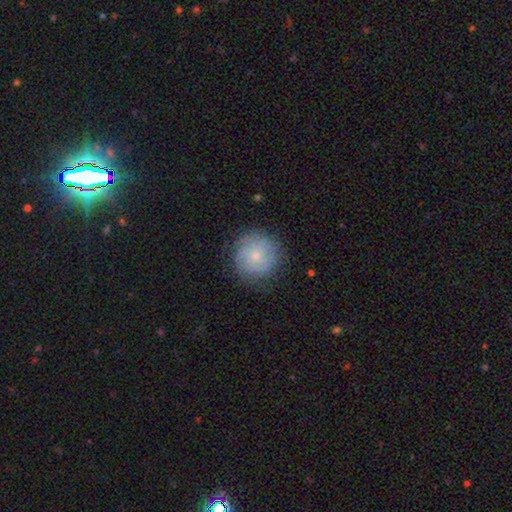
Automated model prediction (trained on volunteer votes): The model was most divided on "smooth or featured": smooth: 55%, featured or disk: 37%, star or artifact: 8%. More confident: how rounded — round (93%); merging — none (78%).